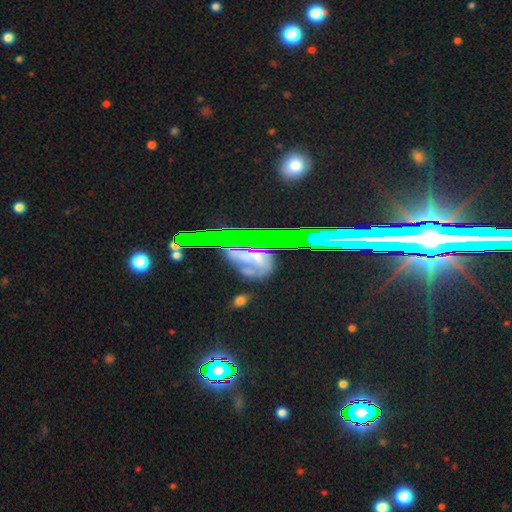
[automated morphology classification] A featured or disk galaxy (41%). Merging: none (67%).